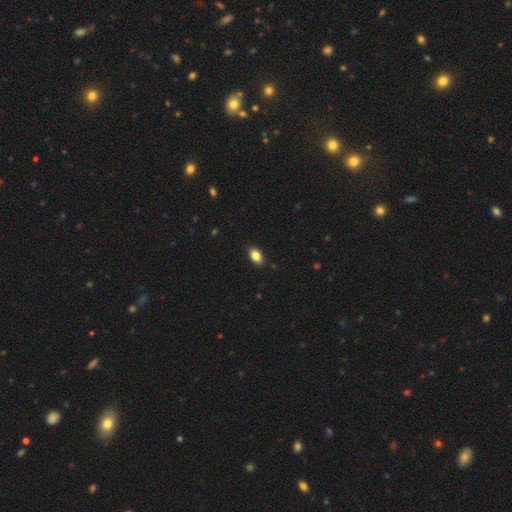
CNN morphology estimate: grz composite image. It shows a smooth galaxy with no disk features (85%) that is in between round and cigar-shaped (91%). Merging: none (89%).